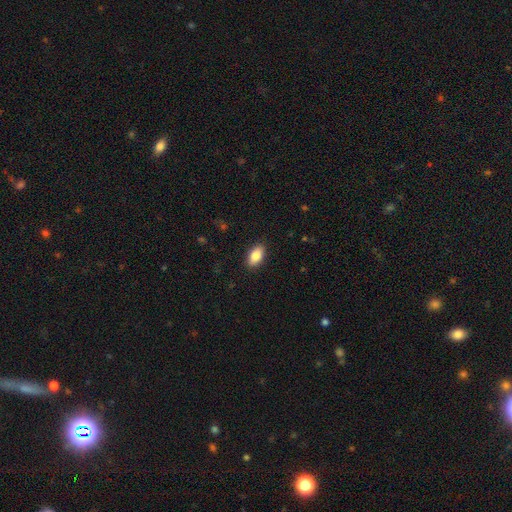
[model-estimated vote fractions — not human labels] Smooth or featured? Predicted: smooth (p=0.84). How rounded? Predicted: in between (p=0.91). Merging? Predicted: none (p=0.89).